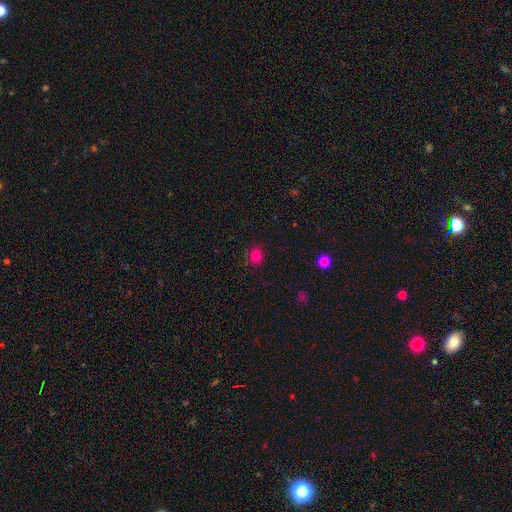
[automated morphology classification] smooth_or_featured: smooth (p=0.81) [alt: star or artifact p=0.14]
how_rounded: round (p=0.87) [alt: in between p=0.12]
merging: none (p=0.89) [alt: minor disturbance p=0.07]